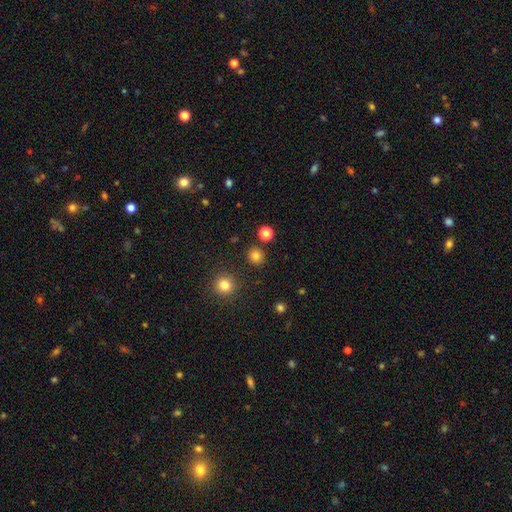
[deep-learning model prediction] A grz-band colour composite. It shows a smooth galaxy with no disk features (80%) that is round (90%). Merging: none (89%).